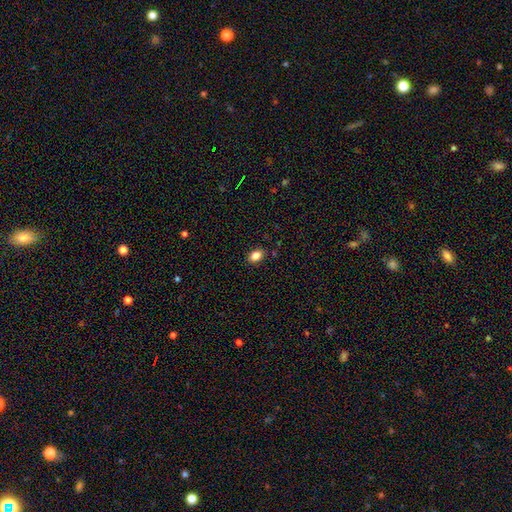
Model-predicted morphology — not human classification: Q: Smooth or featured?
A: smooth (85%); runner-up: star or artifact (10%)
Q: How rounded?
A: in between (80%); runner-up: round (19%)
Q: Merging?
A: none (88%); runner-up: minor disturbance (9%)